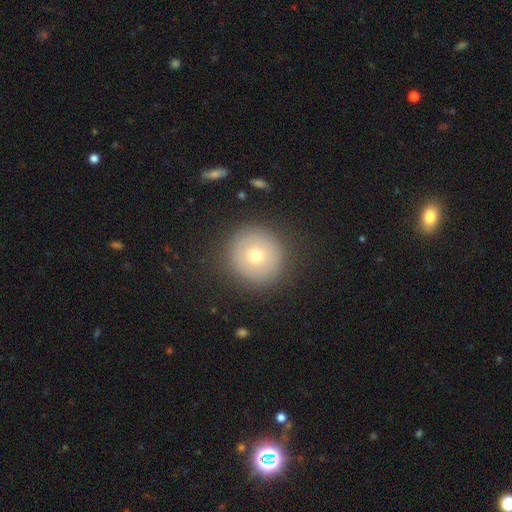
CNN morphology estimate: type=smooth (67%); roundness=round (95%); merging=none (88%).